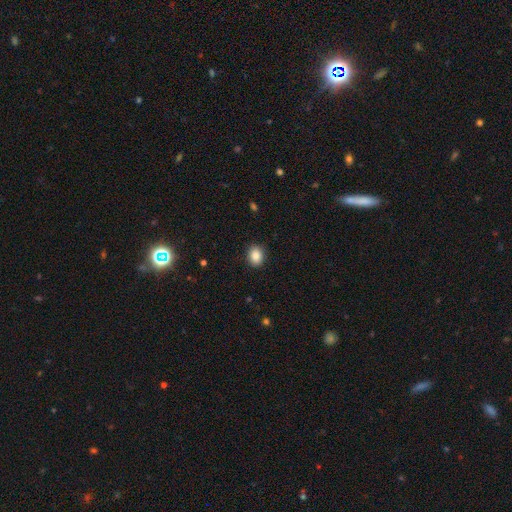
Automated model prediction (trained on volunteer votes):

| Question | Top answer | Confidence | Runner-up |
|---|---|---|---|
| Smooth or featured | smooth | 87% | star or artifact (9%) |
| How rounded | in between | 53% | round (46%) |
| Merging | none | 90% | minor disturbance (7%) |